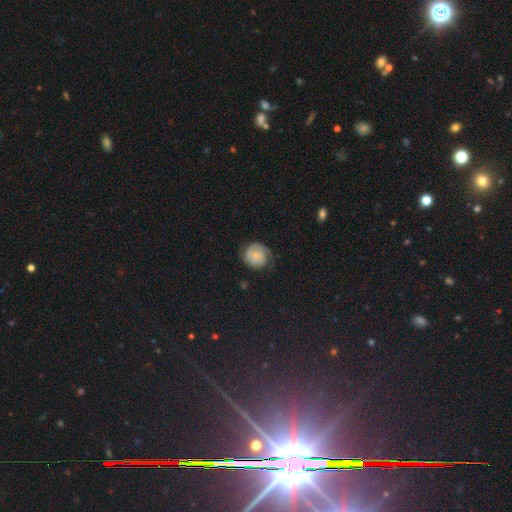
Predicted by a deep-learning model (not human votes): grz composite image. It shows a smooth galaxy with no disk features (50%) that is round (86%). Merging: none (66%).